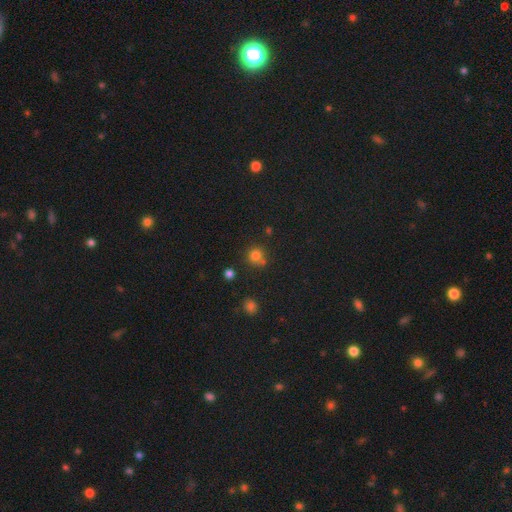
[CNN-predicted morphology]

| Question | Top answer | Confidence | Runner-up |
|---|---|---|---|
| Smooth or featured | smooth | 78% | star or artifact (16%) |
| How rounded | round | 89% | in between (10%) |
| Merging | none | 68% | merger (16%) |